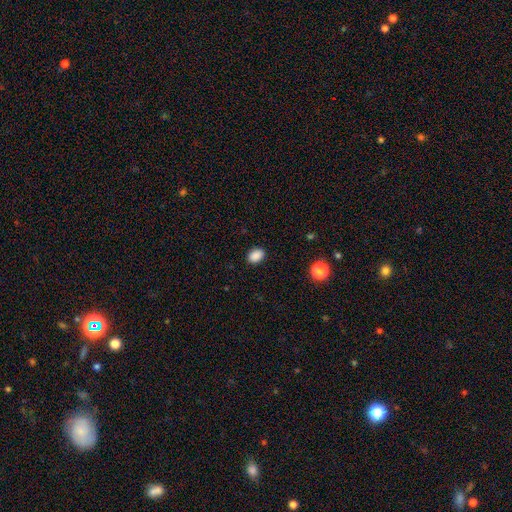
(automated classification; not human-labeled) Overall: smooth (88%). How rounded: in between (73%). Merging: none (88%).